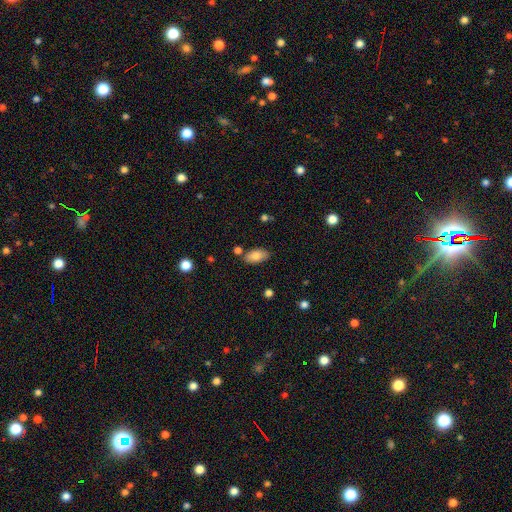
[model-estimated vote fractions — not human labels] Smooth or featured: smooth — 81% (featured or disk — 11%)
How rounded: in between — 93% (cigar-shaped — 4%)
Merging: none — 79% (minor disturbance — 13%)